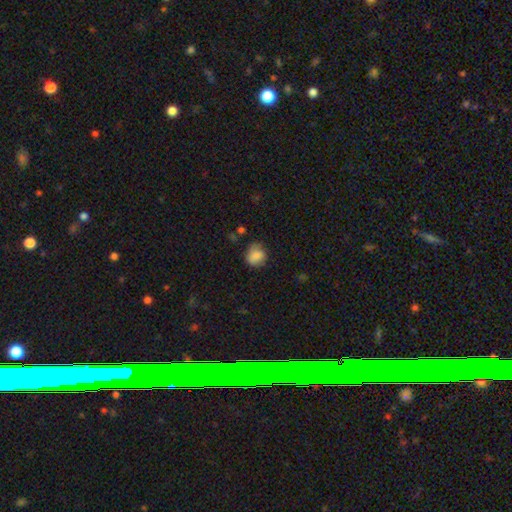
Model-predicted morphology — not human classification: The model was most divided on "merging": none: 62%, minor disturbance: 28%, major disturbance: 8%, merger: 2%. More confident: smooth or featured — smooth (82%); how rounded — round (68%).